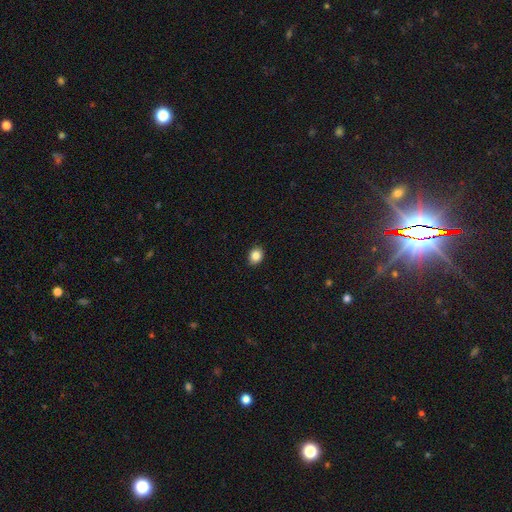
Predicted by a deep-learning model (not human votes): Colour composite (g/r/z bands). It shows a smooth galaxy with no disk features (86%) that is round (52%). Merging: none (90%).